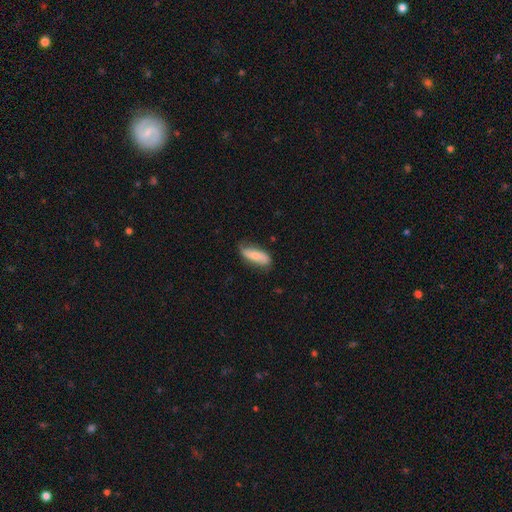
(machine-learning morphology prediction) smooth_or_featured: smooth (p=0.63) [alt: featured or disk p=0.30]
how_rounded: in between (p=0.62) [alt: cigar-shaped p=0.36]
merging: none (p=0.63) [alt: minor disturbance p=0.29]